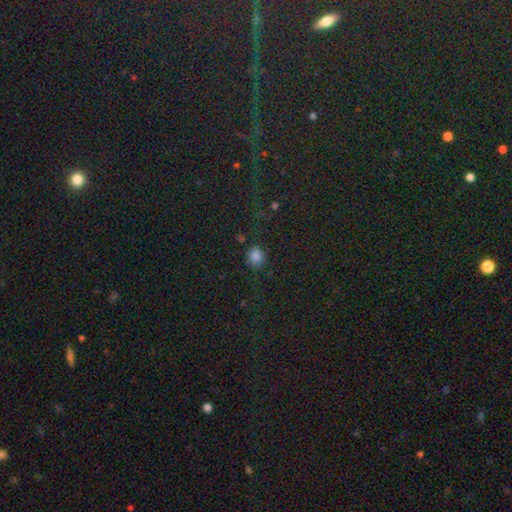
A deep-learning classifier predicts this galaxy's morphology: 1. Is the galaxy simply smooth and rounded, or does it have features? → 78% smooth, 16% star or artifact, 6% featured or disk.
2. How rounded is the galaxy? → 72% round, 26% in between, 1% cigar-shaped.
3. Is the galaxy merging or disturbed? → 71% none, 19% minor disturbance, 7% major disturbance, 3% merger.